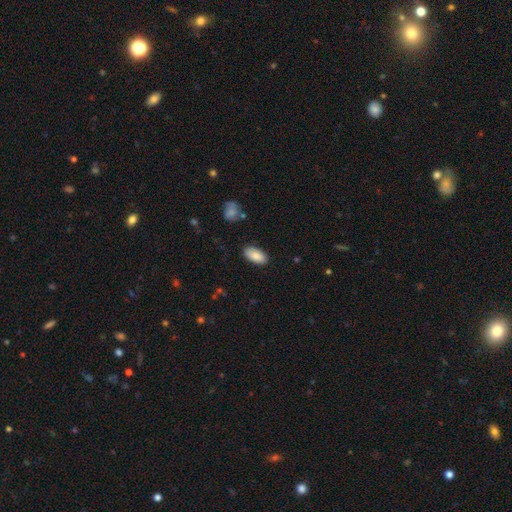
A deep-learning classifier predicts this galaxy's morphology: smooth_or_featured: smooth (p=0.87) [alt: featured or disk p=0.07]
how_rounded: in between (p=0.93) [alt: cigar-shaped p=0.05]
merging: none (p=0.86) [alt: minor disturbance p=0.10]